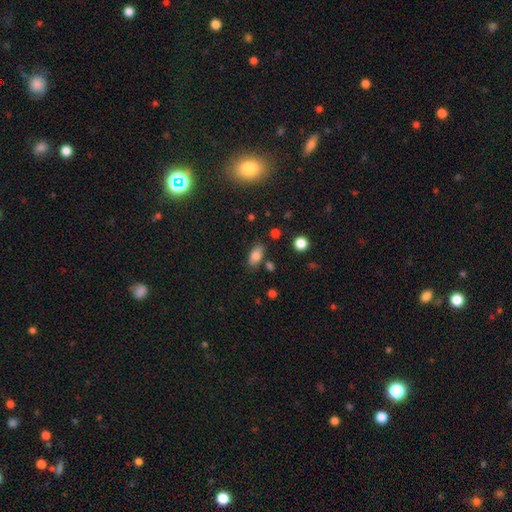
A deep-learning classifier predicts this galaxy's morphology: Overall: smooth (80%). How rounded: in between (87%). Merging: none (76%).